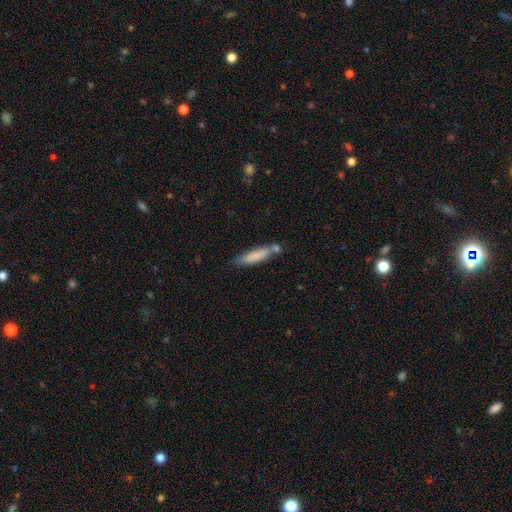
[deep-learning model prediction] Smooth or featured? smooth (77%)
How rounded? cigar-shaped (80%)
Merging? none (56%)